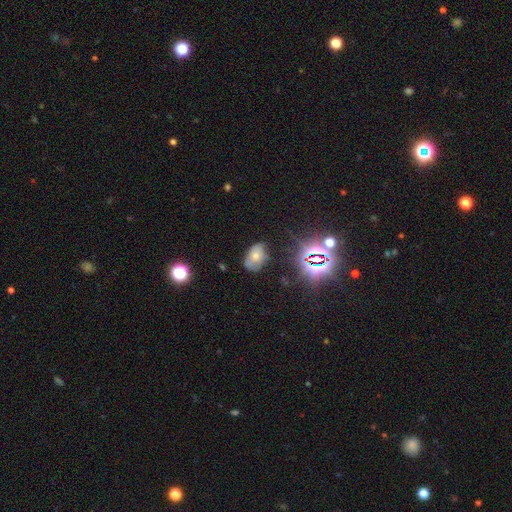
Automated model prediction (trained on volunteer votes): Smooth or featured? star or artifact (39%)